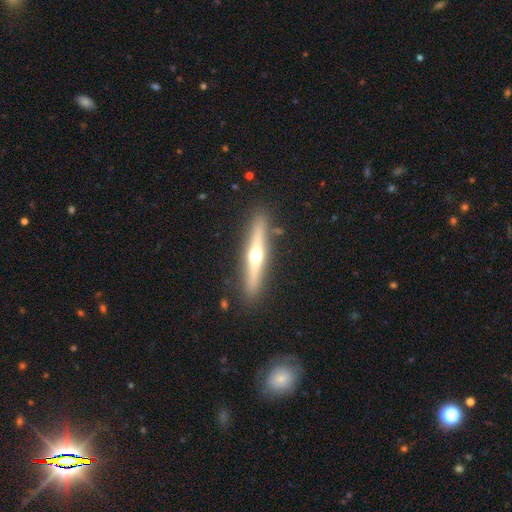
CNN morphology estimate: Smooth or featured: featured or disk — 65% (smooth — 29%)
Edge-on disk: yes — 96% (no — 4%)
Edge-on bulge: rounded — 93% (none — 5%)
Merging: none — 88% (minor disturbance — 8%)